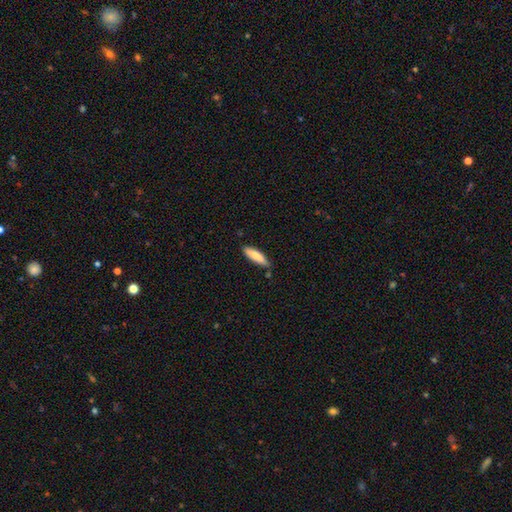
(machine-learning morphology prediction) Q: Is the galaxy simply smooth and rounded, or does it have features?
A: smooth — 82%.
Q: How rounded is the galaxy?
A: cigar-shaped — 63%.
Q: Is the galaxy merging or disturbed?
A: none — 76%.